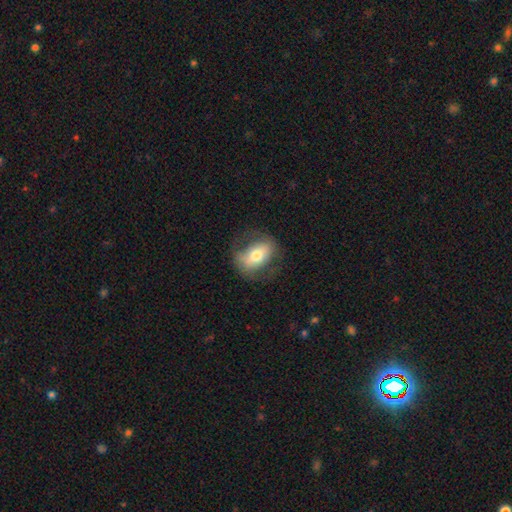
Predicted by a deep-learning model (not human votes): Smooth or featured? smooth (55%)
How rounded? in between (78%)
Merging? none (71%)